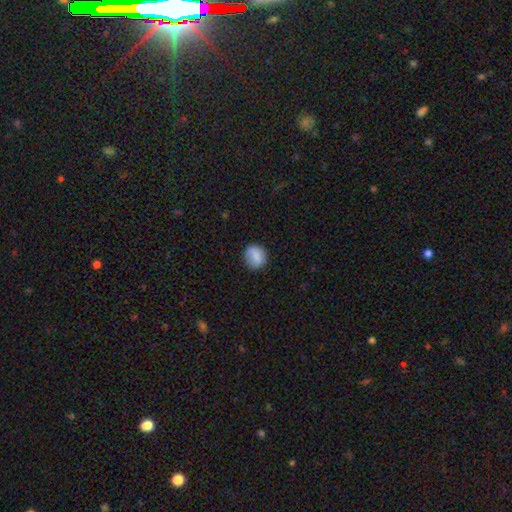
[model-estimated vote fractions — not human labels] smooth_or_featured: smooth (p=0.82) [alt: featured or disk p=0.10]
how_rounded: round (p=0.82) [alt: in between p=0.17]
merging: none (p=0.81) [alt: minor disturbance p=0.13]